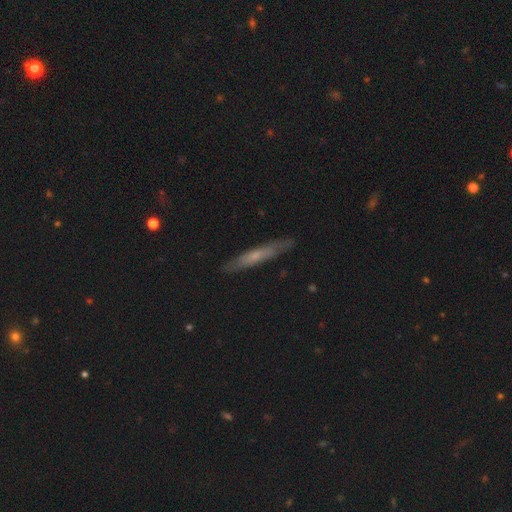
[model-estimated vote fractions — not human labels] A featured or disk galaxy (49%).

Vote fractions:
- Smooth or featured? featured or disk: 49% / smooth: 44% / star or artifact: 7%
- Merging? none: 86% / minor disturbance: 11% / major disturbance: 2% / merger: 1%